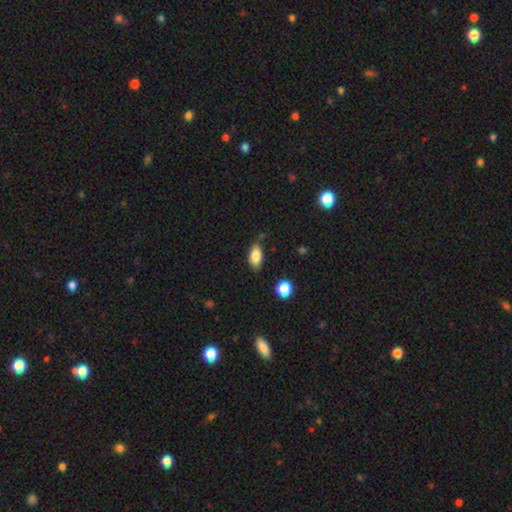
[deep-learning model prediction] smooth-or-featured: smooth: 83% | featured or disk: 9% | star or artifact: 8%
  how-rounded: in between: 90% | round: 6% | cigar-shaped: 4%
  merging: none: 74% | minor disturbance: 19% | merger: 4% | major disturbance: 3%